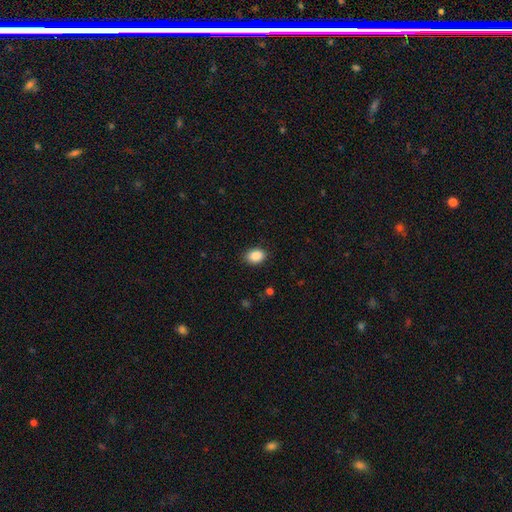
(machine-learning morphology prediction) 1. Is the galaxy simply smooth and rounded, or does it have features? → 89% smooth, 8% star or artifact, 3% featured or disk.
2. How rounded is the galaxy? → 71% in between, 28% round, 1% cigar-shaped.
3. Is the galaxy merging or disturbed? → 87% none, 10% minor disturbance, 2% major disturbance, 1% merger.